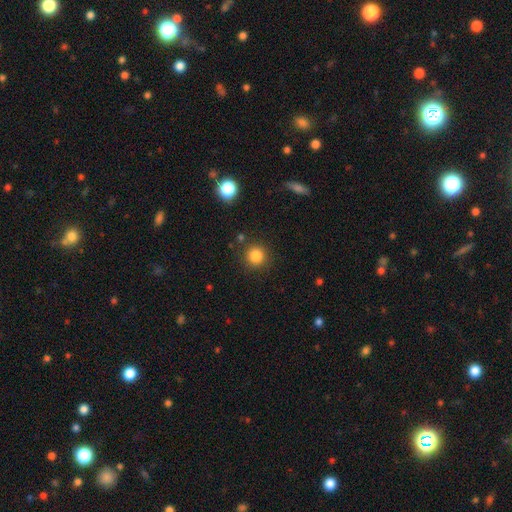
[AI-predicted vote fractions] The model was most divided on "smooth or featured": smooth: 84%, star or artifact: 12%, featured or disk: 4%. More confident: how rounded — round (94%); merging — none (87%).